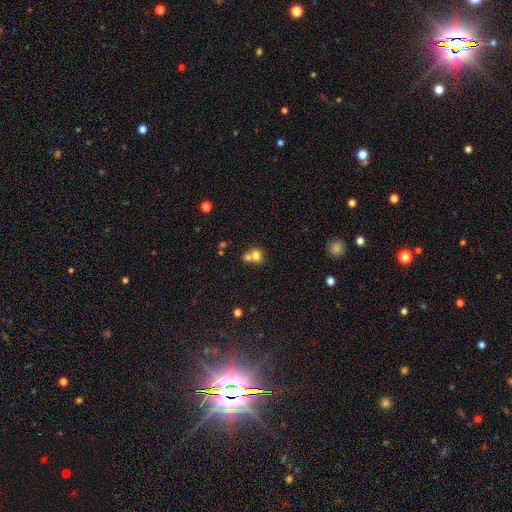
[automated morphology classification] smooth-or-featured: smooth: 75% | featured or disk: 13% | star or artifact: 12%
  how-rounded: round: 74% | in between: 25% | cigar-shaped: 1%
  merging: merger: 55% | none: 35% | minor disturbance: 7% | major disturbance: 3%